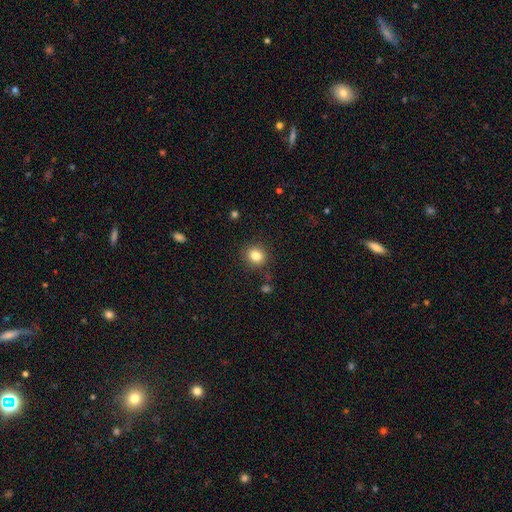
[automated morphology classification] smooth 83%, star or artifact 11%, featured or disk 6%. Down the decision tree: how rounded — round (81%); merging — none (87%).